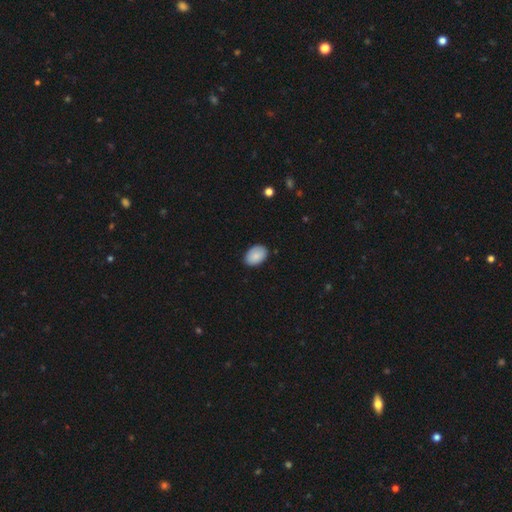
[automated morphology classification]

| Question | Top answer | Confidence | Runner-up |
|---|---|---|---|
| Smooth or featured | smooth | 88% | star or artifact (6%) |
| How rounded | in between | 87% | round (12%) |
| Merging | none | 85% | minor disturbance (12%) |